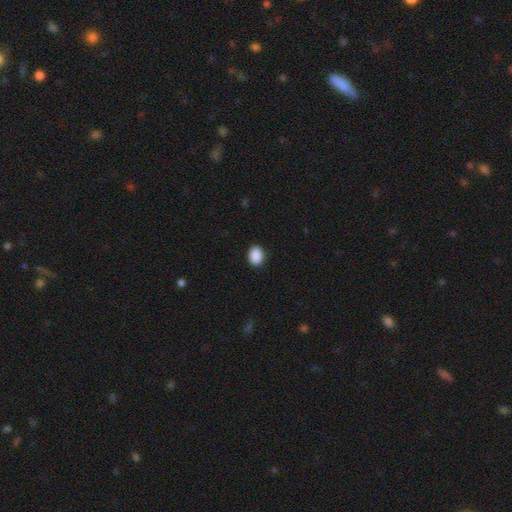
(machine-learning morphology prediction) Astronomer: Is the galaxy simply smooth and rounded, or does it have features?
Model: smooth — 90%.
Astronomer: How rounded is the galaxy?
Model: in between — 64%.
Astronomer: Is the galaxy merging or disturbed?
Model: none — 89%.